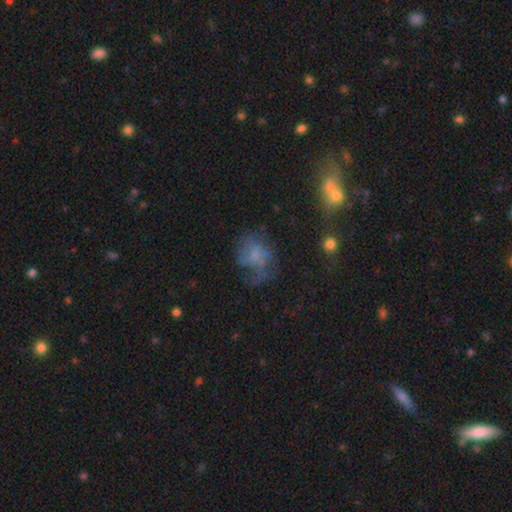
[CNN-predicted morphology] smooth-or-featured: smooth: 43% | featured or disk: 41% | star or artifact: 15%
  merging: major disturbance: 40% | none: 34% | minor disturbance: 21% | merger: 5%